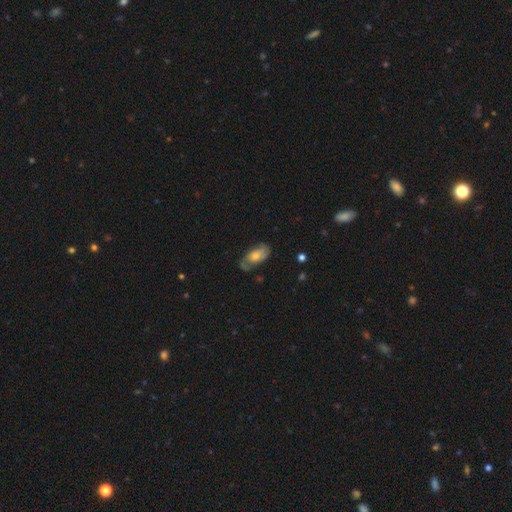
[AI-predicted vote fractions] This appears to be a featured or disk galaxy (64%) with no bar (68%), 2 (72%) medium (43%) spiral arms (86%) and a moderate central bulge (59%). Merging: none (64%).